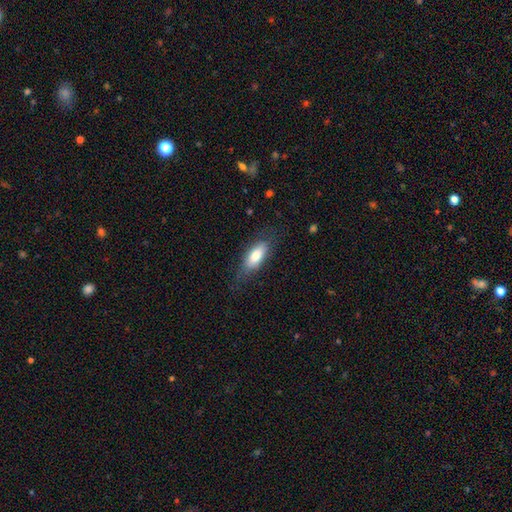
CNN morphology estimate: smooth 76%, featured or disk 18%, star or artifact 6%. Down the decision tree: how rounded — in between (75%); merging — none (71%).